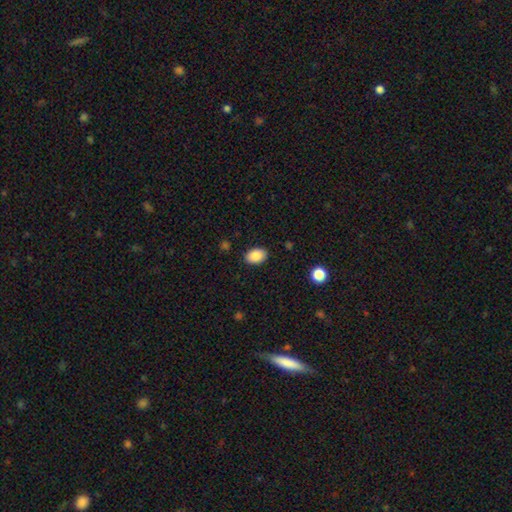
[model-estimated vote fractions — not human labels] smooth 88%, star or artifact 8%, featured or disk 4%. Down the decision tree: how rounded — in between (85%); merging — none (88%).